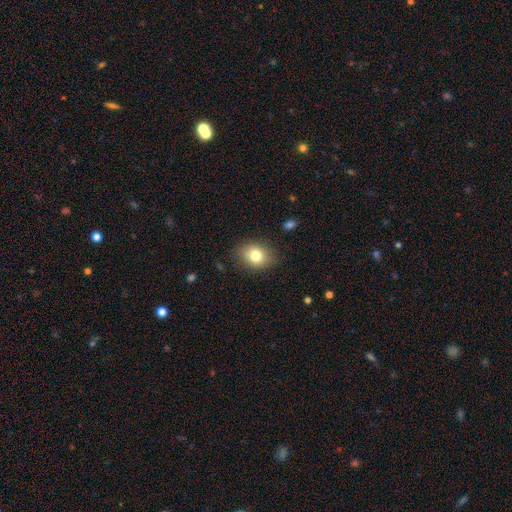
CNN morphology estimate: Overall: smooth (79%). How rounded: in between (55%; round 44%). Merging: none (82%).